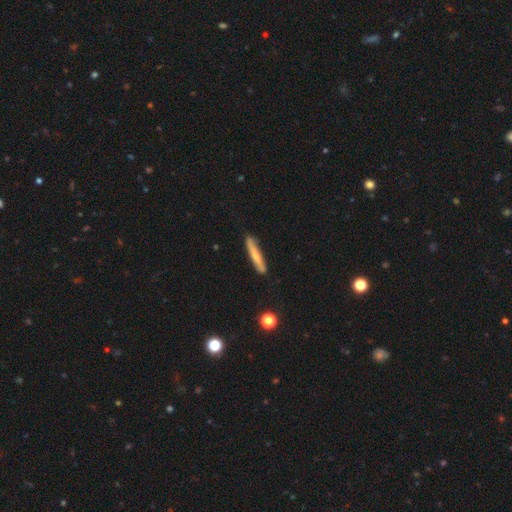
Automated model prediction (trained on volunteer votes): smooth 61%, featured or disk 33%, star or artifact 6%. Down the decision tree: how rounded — cigar-shaped (94%); merging — none (85%).